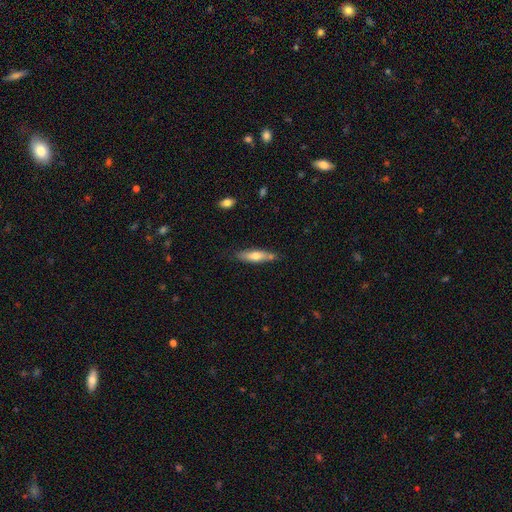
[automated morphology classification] A smooth galaxy with no disk features (61%) that is cigar-shaped (69%). Merging: none (72%).